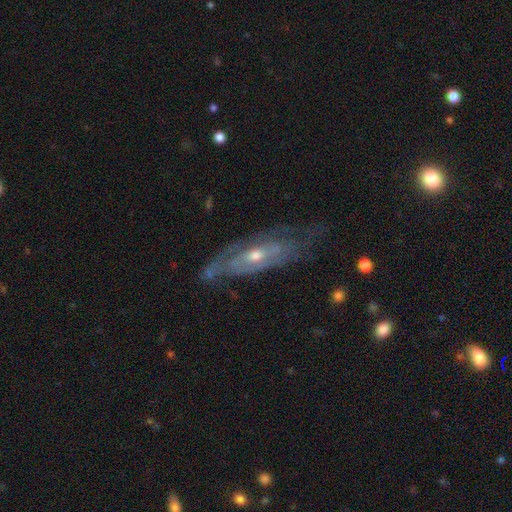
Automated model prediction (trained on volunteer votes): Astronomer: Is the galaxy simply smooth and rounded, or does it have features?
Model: featured or disk — 80%.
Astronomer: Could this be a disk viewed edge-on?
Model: no — 76%.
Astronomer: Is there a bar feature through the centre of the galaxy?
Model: no — 68%.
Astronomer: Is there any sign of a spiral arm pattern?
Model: yes — 75%.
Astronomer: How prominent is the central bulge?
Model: moderate — 61%.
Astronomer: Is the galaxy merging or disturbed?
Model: none — 60%.